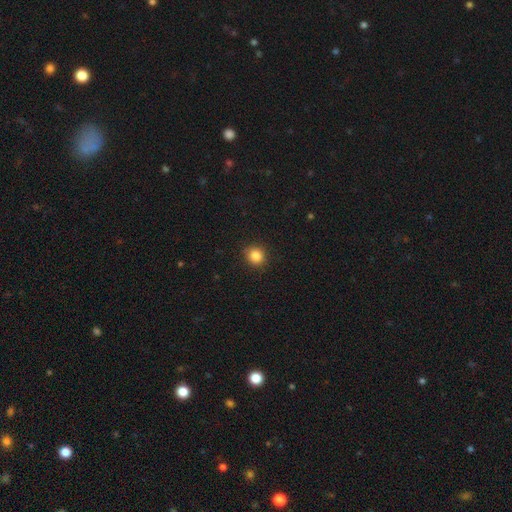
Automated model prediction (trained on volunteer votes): Morphology: type=smooth (85%); roundness=round (87%); merging=none (90%).